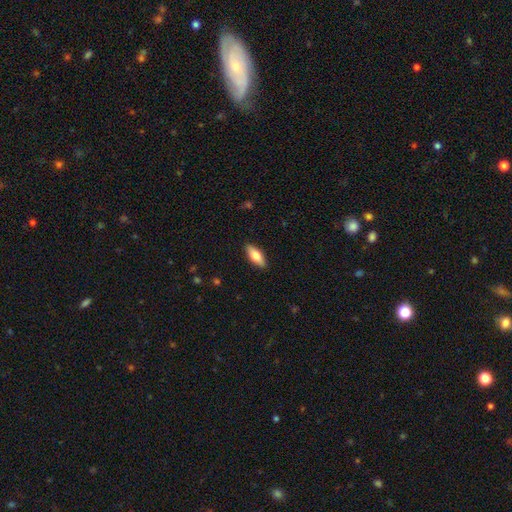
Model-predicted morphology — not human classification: smooth 67%, featured or disk 27%, star or artifact 6%. Down the decision tree: how rounded — in between (73%); merging — none (89%).